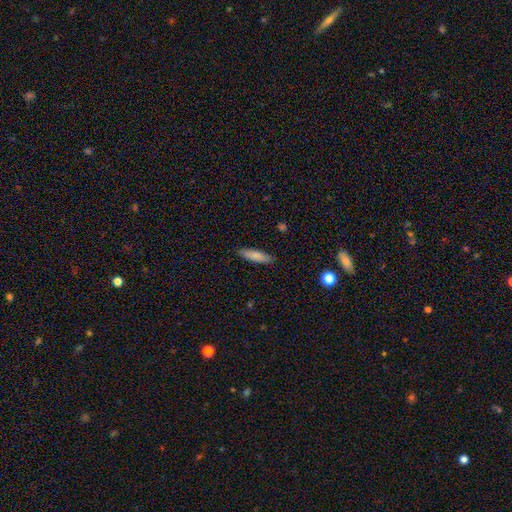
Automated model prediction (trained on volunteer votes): Smooth or featured?
  - smooth: 83% *
  - featured or disk: 11%
  - star or artifact: 6%
How rounded?
  - cigar-shaped: 68% *
  - in between: 30%
  - round: 1%
Merging?
  - none: 88% *
  - minor disturbance: 9%
  - major disturbance: 2%
  - merger: 1%